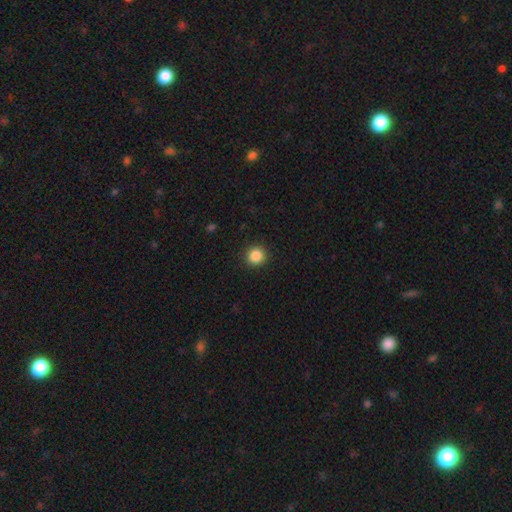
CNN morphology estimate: Overall: smooth (86%). How rounded: round (93%). Merging: none (92%).